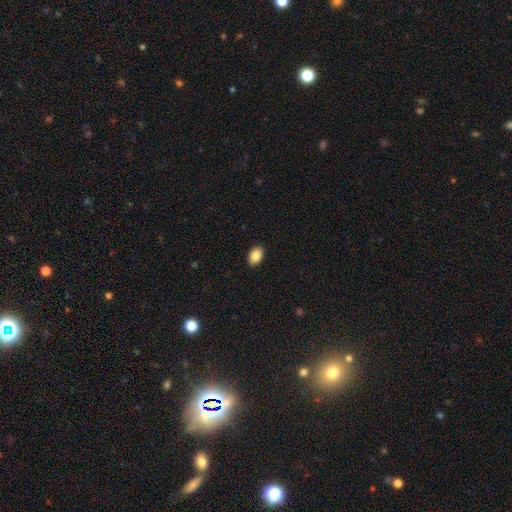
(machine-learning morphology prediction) Smooth or featured? smooth (86%)
How rounded? in between (85%)
Merging? none (90%)